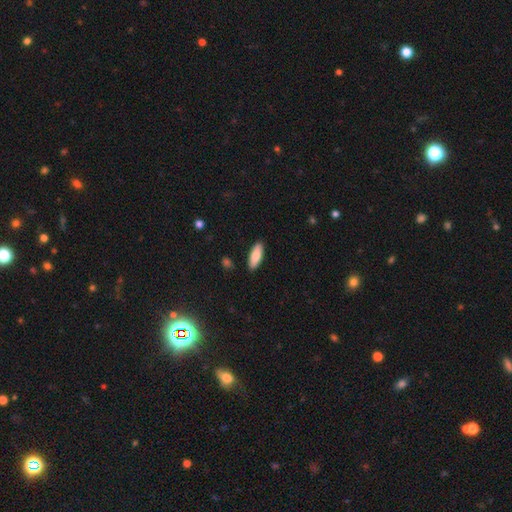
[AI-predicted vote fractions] A smooth galaxy with no disk features (82%) that is in between round and cigar-shaped (65%). Merging: none (89%).